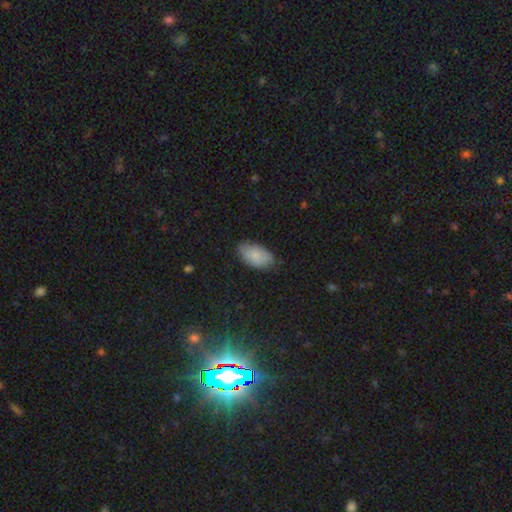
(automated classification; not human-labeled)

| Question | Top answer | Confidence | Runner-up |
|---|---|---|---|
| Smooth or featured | smooth | 82% | featured or disk (11%) |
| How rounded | in between | 95% | round (3%) |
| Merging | none | 75% | minor disturbance (20%) |